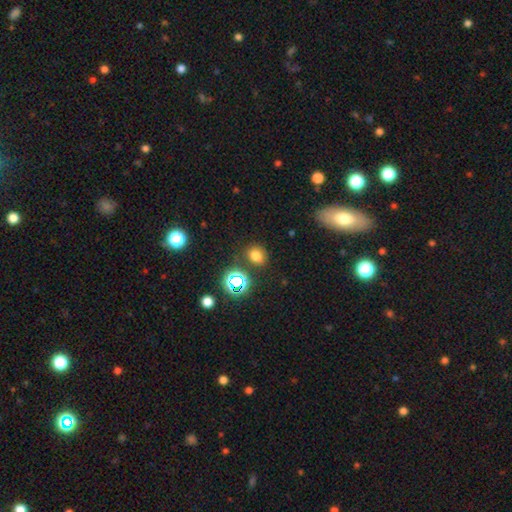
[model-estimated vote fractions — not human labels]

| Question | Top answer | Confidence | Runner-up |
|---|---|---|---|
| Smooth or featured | smooth | 71% | star or artifact (22%) |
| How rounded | round | 60% | in between (39%) |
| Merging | none | 81% | minor disturbance (11%) |